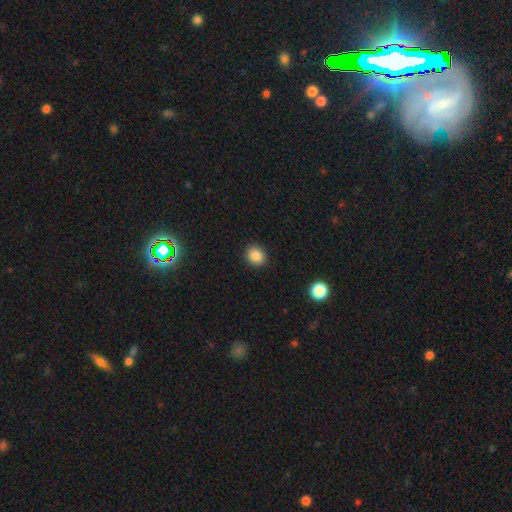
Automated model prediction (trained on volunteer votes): Smooth or featured? smooth (85%)
How rounded? round (77%)
Merging? none (90%)